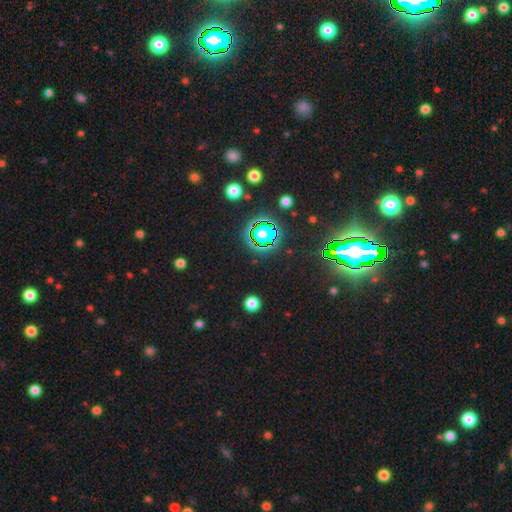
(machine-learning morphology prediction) Smooth or featured? Predicted: star or artifact (p=0.83).